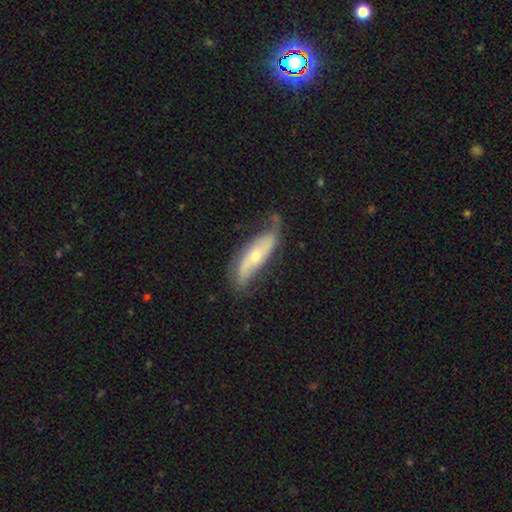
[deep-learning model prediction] A featured or disk galaxy (66%).

Vote fractions:
- Smooth or featured? featured or disk: 66% / smooth: 28% / star or artifact: 6%
- Edge-on disk? no: 72% / yes: 28%
- Merging? none: 57% / minor disturbance: 30% / major disturbance: 11% / merger: 3%